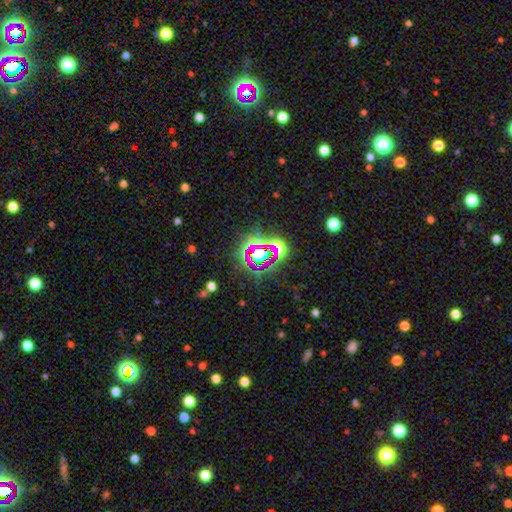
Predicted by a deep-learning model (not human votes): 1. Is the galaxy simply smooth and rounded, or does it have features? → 73% star or artifact, 16% smooth, 10% featured or disk.